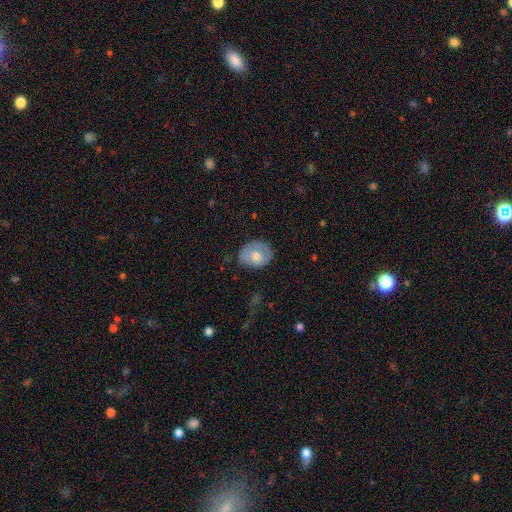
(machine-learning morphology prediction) This is likely a smooth galaxy (70%). How rounded: possibly in between (50%). Merging: likely none (64%).